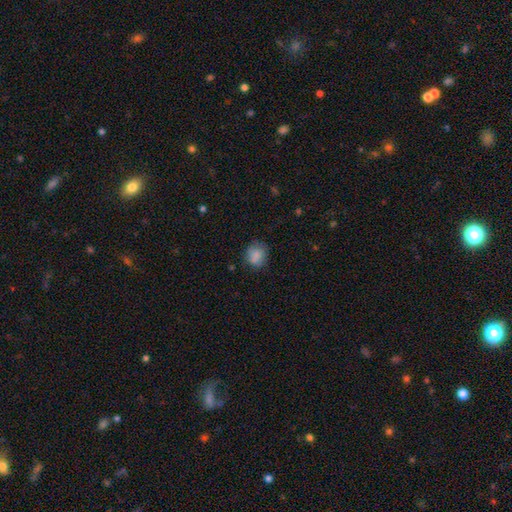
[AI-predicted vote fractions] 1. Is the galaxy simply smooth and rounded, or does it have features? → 80% smooth, 11% featured or disk, 9% star or artifact.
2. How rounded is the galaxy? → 68% round, 31% in between, 1% cigar-shaped.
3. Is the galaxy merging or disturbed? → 71% none, 20% minor disturbance, 6% major disturbance, 3% merger.